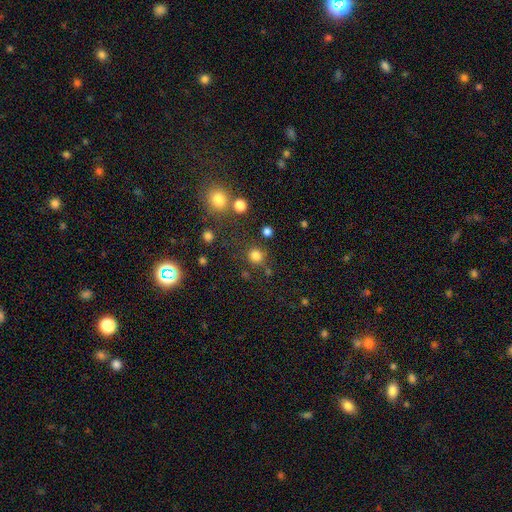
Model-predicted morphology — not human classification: Smooth or featured?
  - smooth: 80% *
  - star or artifact: 15%
  - featured or disk: 5%
How rounded?
  - round: 91% *
  - in between: 8%
  - cigar-shaped: 1%
Merging?
  - none: 79% *
  - minor disturbance: 9%
  - merger: 7%
  - major disturbance: 4%